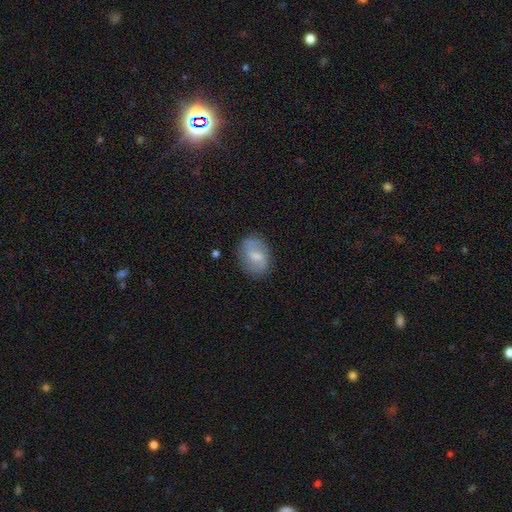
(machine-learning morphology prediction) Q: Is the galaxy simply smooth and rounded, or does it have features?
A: featured or disk — 62%.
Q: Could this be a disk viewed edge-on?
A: no — 97%.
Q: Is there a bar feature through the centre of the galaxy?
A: weak — 57%.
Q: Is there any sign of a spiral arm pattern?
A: yes — 88%.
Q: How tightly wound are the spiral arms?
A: loose — 47%.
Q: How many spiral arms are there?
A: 2 — 86%.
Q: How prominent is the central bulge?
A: small — 41%.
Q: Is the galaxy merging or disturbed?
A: none — 78%.